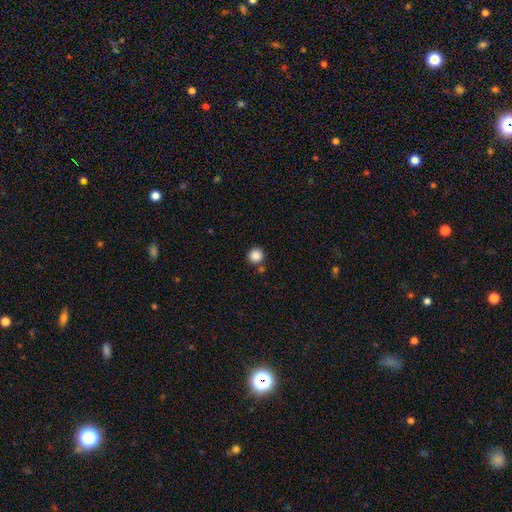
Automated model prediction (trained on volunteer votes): The model was most divided on "merging": none: 82%, minor disturbance: 8%, merger: 7%, major disturbance: 3%. More confident: how rounded — round (94%); smooth or featured — smooth (87%).